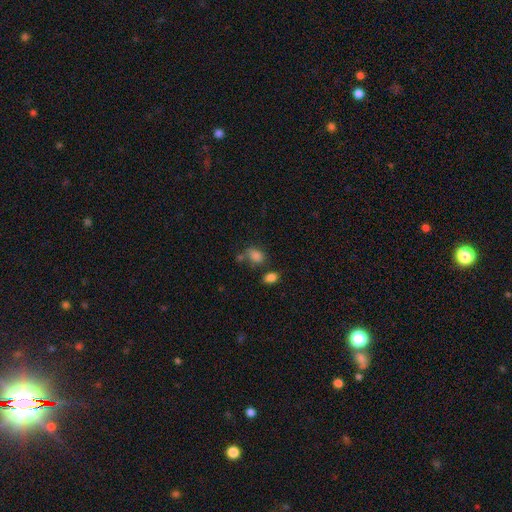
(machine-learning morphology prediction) Smooth or featured?
  - smooth: 81% *
  - star or artifact: 12%
  - featured or disk: 6%
How rounded?
  - in between: 75% *
  - round: 23%
  - cigar-shaped: 2%
Merging?
  - none: 55% *
  - merger: 19%
  - minor disturbance: 19%
  - major disturbance: 8%